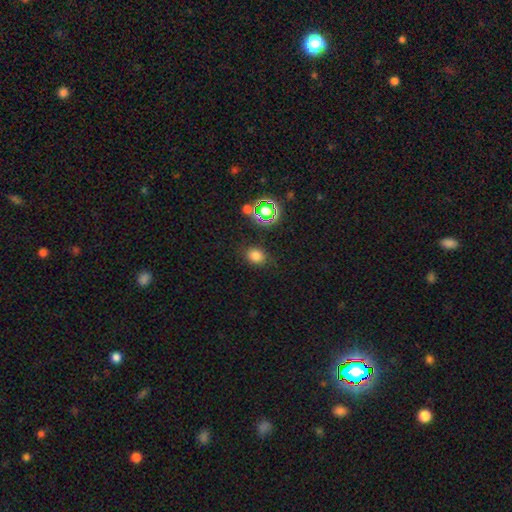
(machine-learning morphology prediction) Smooth or featured: smooth — 75% (star or artifact — 19%)
How rounded: round — 54% (in between — 45%)
Merging: none — 81% (minor disturbance — 13%)